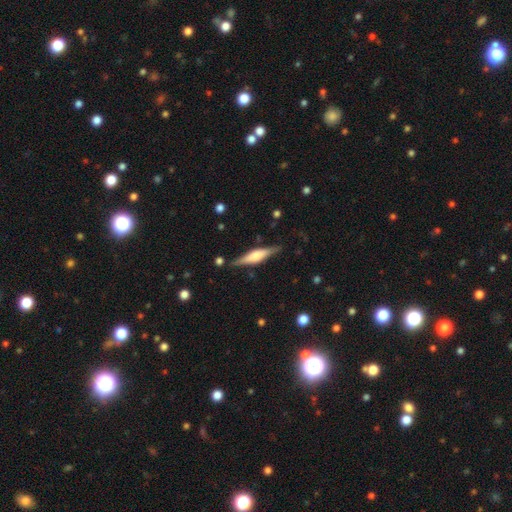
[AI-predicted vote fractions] Smooth or featured? featured or disk (62%)
Edge-on disk? yes (96%)
Edge-on bulge? rounded (69%)
Merging? none (84%)